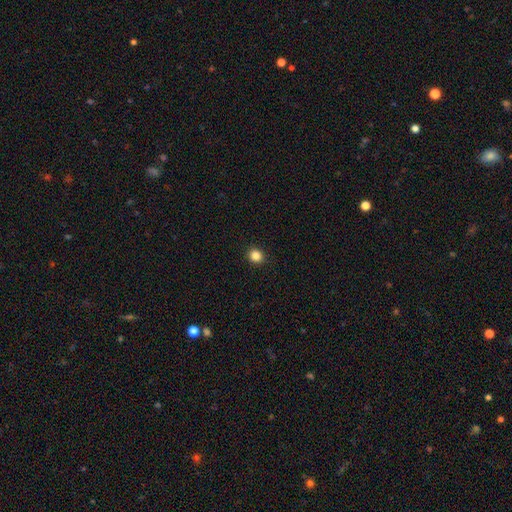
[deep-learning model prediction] The model was most divided on "how rounded": round: 86%, in between: 13%, cigar-shaped: 1%. More confident: merging — none (93%); smooth or featured — smooth (85%).